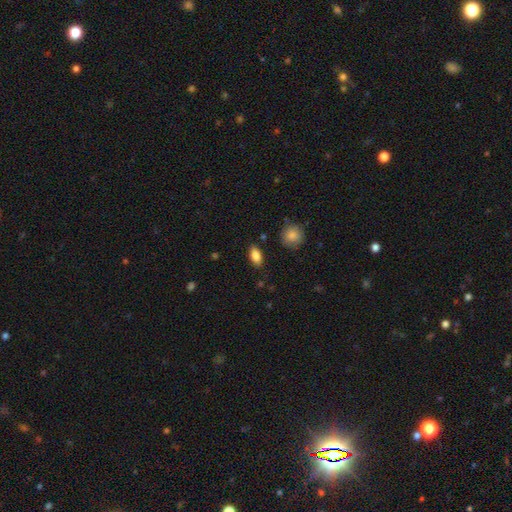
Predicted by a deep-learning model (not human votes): Smooth or featured? Predicted: smooth (p=0.85). How rounded? Predicted: in between (p=0.88). Merging? Predicted: none (p=0.85).